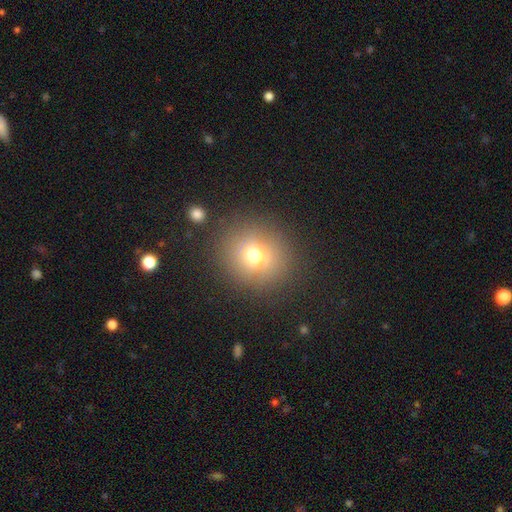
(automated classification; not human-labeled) This appears to be a smooth galaxy with no disk features (70%) that is round (88%). Merging: none (84%).